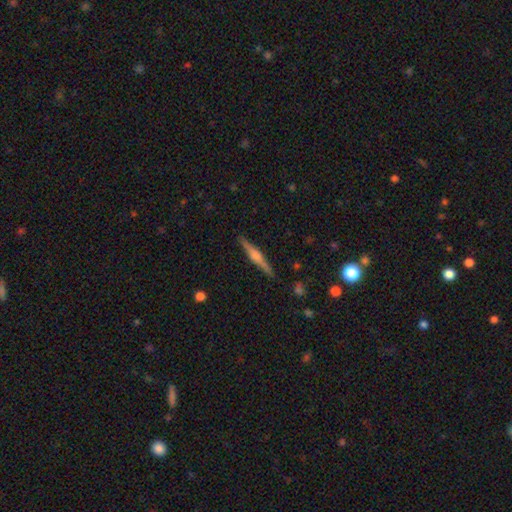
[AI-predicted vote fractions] This is likely a featured or disk galaxy (73%). It is clearly viewed edge-on (98%). Edge-on bulge: likely rounded (74%). Merging: clearly none (90%).